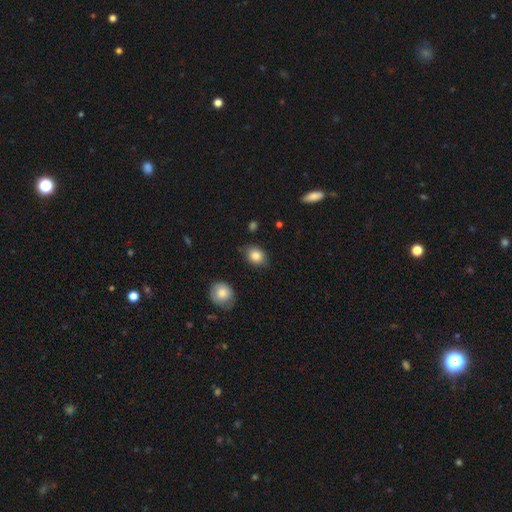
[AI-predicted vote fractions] This appears to be a smooth galaxy with no disk features (84%) that is in between round and cigar-shaped (57%). Merging: none (80%).